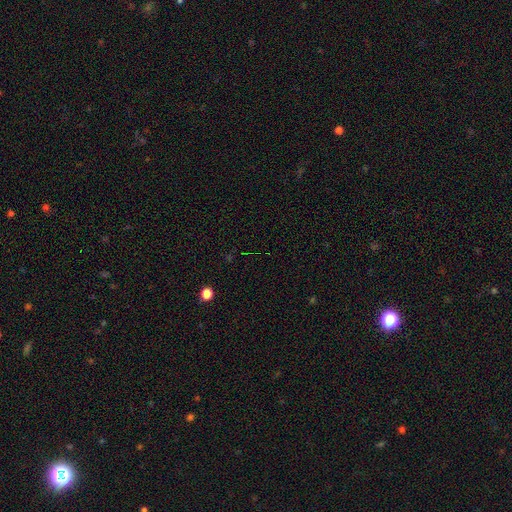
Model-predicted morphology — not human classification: smooth-or-featured: star or artifact: 70% | smooth: 22% | featured or disk: 8%